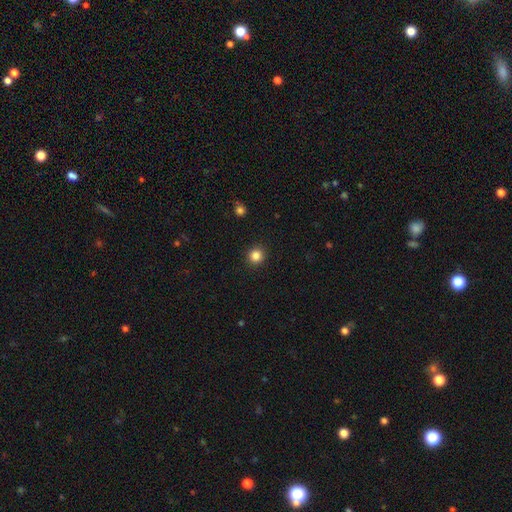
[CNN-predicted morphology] Smooth or featured? smooth (84%)
How rounded? round (93%)
Merging? none (92%)